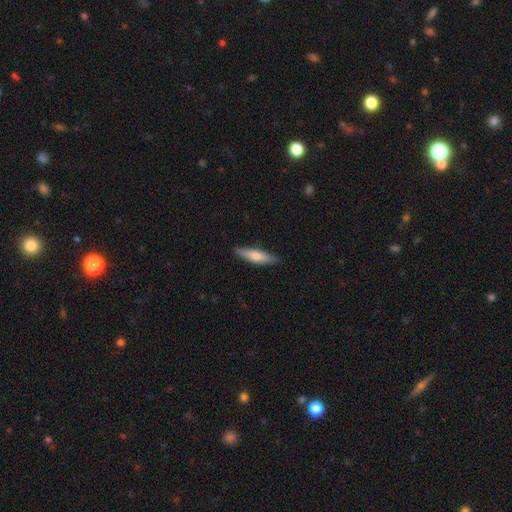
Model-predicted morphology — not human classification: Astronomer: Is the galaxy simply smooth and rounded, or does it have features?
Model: smooth — 66%.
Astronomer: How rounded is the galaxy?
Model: cigar-shaped — 73%.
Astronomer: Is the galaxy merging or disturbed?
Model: none — 89%.